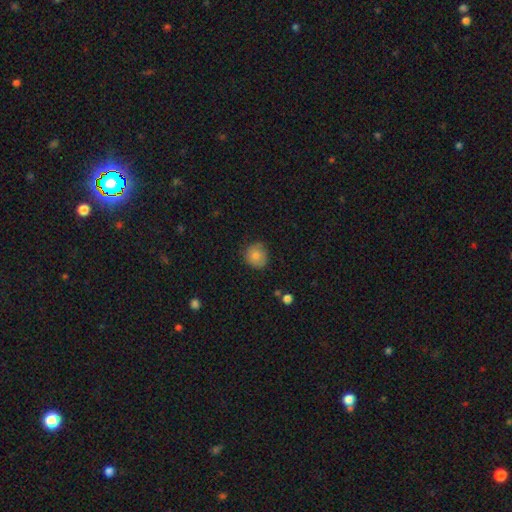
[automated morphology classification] This appears to be a smooth galaxy with no disk features (83%) that is round (88%). Merging: none (75%).